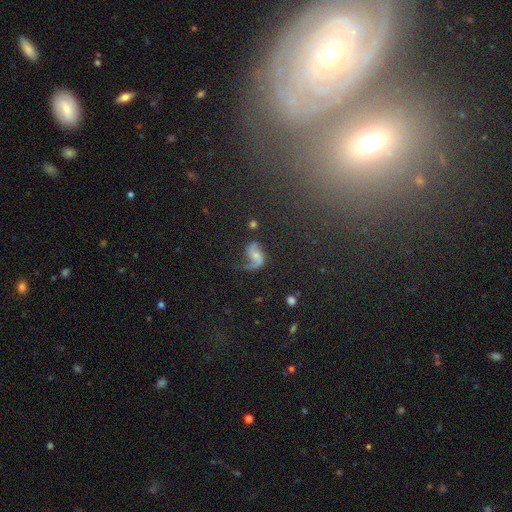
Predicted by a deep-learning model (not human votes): Smooth or featured: featured or disk — 70% (smooth — 18%)
Edge-on disk: no — 97% (yes — 3%)
Bar: no — 53% (weak — 34%)
Spiral arms: yes — 91% (no — 9%)
Spiral winding: loose — 67% (medium — 26%)
Spiral arm count: 2 — 63% (1 — 32%)
Bulge size: small — 45% (moderate — 29%)
Merging: none — 42% (major disturbance — 33%)